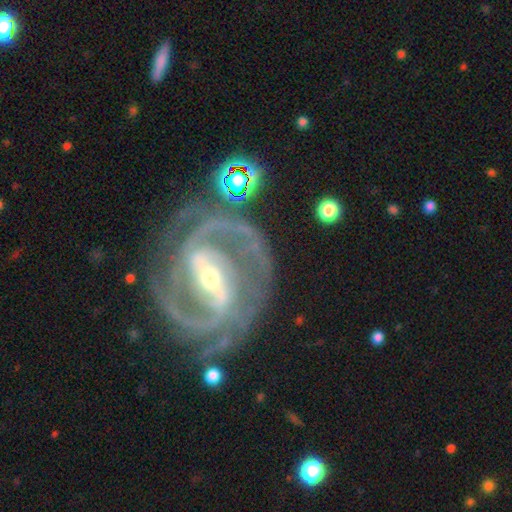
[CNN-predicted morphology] Overall: featured or disk (92%). Edge-on disk: no (97%). Bar: strong (66%). Spiral arms: yes (98%). Spiral arm count: 2 (66%). Spiral winding: medium (47%; tight 46%). Bulge size: small (58%; moderate 38%). Merging: none (74%).